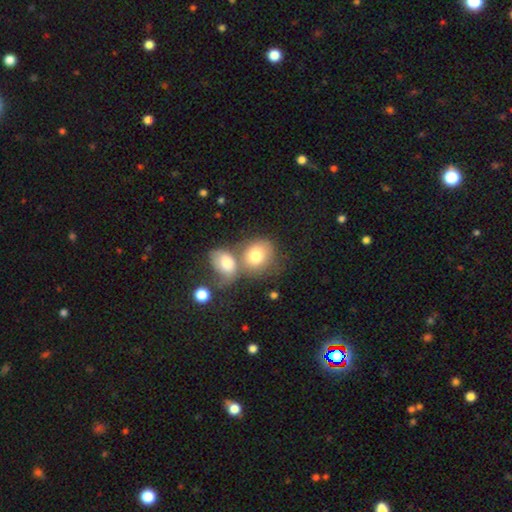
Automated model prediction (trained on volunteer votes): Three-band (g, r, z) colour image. It shows a smooth galaxy with no disk features (73%) that is round (62%). Merging: merger (57%).